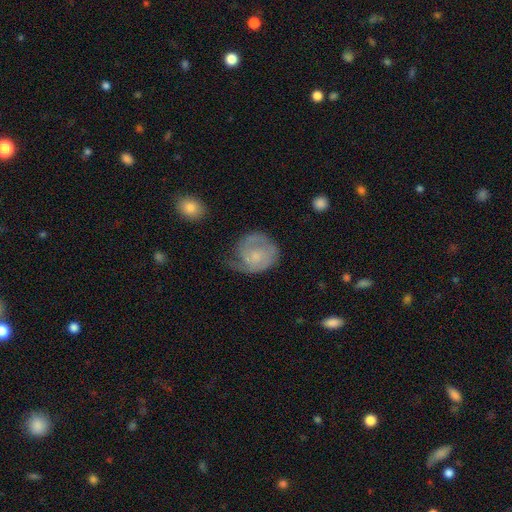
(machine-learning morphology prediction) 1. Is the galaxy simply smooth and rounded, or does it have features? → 66% featured or disk, 27% smooth, 6% star or artifact.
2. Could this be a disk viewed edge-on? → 98% no, 2% yes.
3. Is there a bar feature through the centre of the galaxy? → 71% no, 25% weak, 3% strong.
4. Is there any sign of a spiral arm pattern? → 88% yes, 12% no.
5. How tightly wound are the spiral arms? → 48% tight, 37% medium, 15% loose.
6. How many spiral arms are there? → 42% 2, 28% 1, 19% can't tell, 7% 3, 2% 4, 2% more than 4.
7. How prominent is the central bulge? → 58% small, 25% moderate, 14% none, 2% large, 1% dominant.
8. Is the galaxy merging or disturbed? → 51% none, 27% minor disturbance, 20% major disturbance, 2% merger.